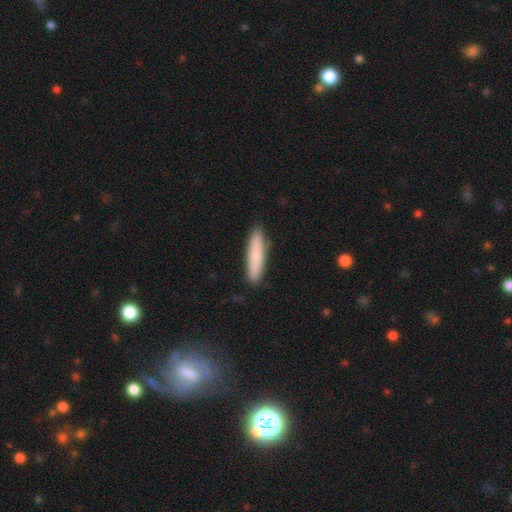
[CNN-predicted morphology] smooth 81%, featured or disk 14%, star or artifact 5%. Down the decision tree: how rounded — cigar-shaped (87%); merging — none (88%).